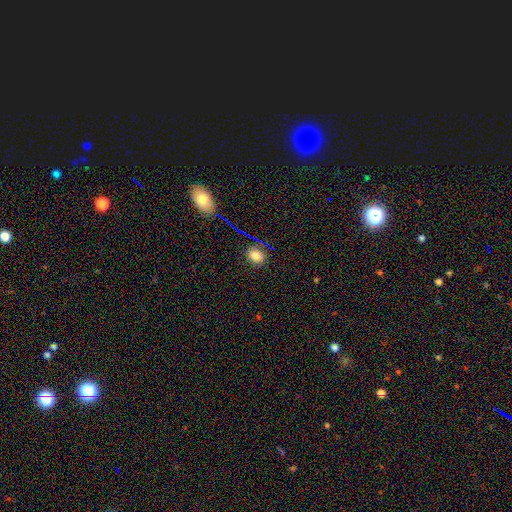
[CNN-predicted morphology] Overall: smooth (78%). How rounded: round (51%; in between 48%). Merging: none (80%).